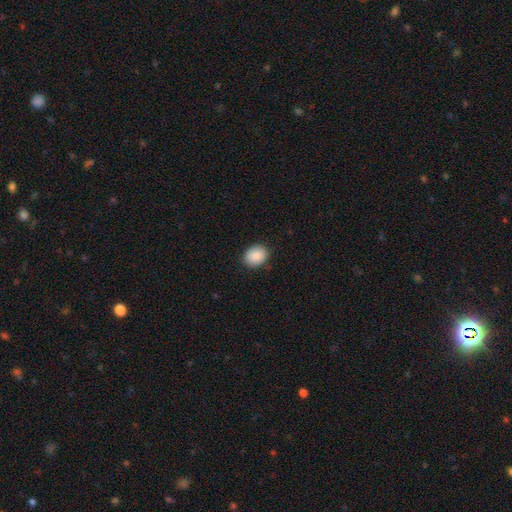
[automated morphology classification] This appears to be a smooth galaxy with no disk features (88%) that is in between round and cigar-shaped (57%). Merging: none (87%).